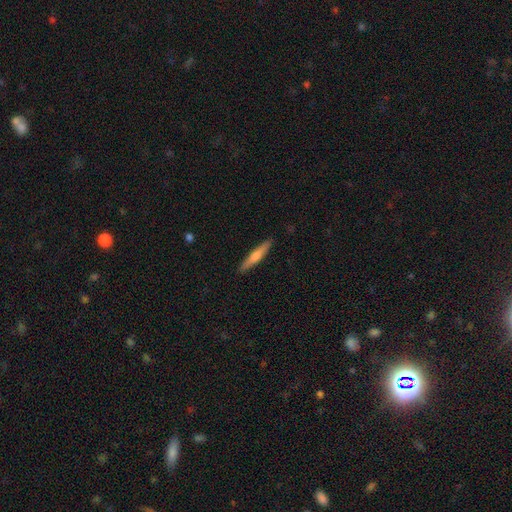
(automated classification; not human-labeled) Overall: smooth (53%; featured or disk 42%). How rounded: cigar-shaped (93%). Merging: none (91%).